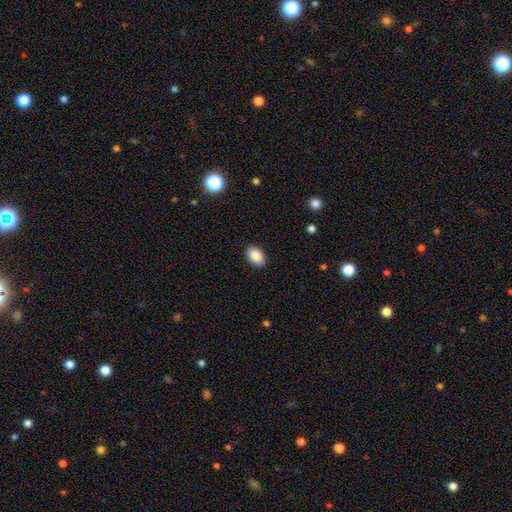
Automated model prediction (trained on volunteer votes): Q: Smooth or featured?
A: smooth (87%); runner-up: star or artifact (8%)
Q: How rounded?
A: in between (86%); runner-up: round (13%)
Q: Merging?
A: none (89%); runner-up: minor disturbance (8%)